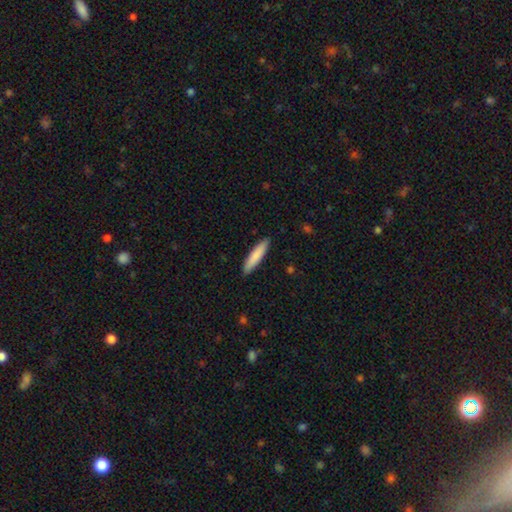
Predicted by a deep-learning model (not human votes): A smooth galaxy with no disk features (84%) that is cigar-shaped (82%).

Vote fractions:
- Smooth or featured? smooth: 84% / featured or disk: 11% / star or artifact: 5%
- How rounded? cigar-shaped: 82% / in between: 17% / round: 1%
- Merging? none: 89% / minor disturbance: 8% / major disturbance: 1% / merger: 1%